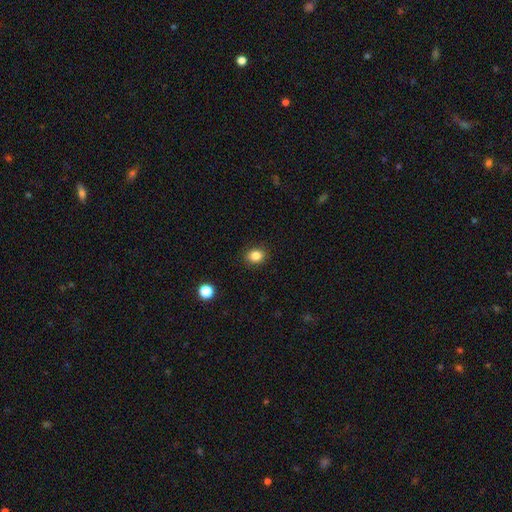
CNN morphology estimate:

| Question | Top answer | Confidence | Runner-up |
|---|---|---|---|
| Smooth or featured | smooth | 84% | star or artifact (11%) |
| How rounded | round | 56% | in between (43%) |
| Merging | none | 89% | minor disturbance (8%) |